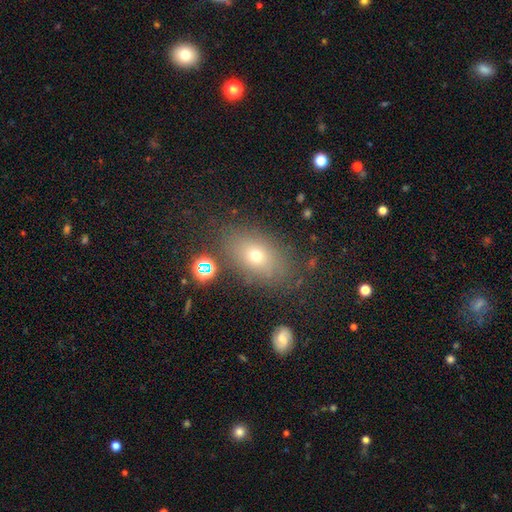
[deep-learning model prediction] Morphology: type=smooth (63%); roundness=in between (75%); merging=none (77%).